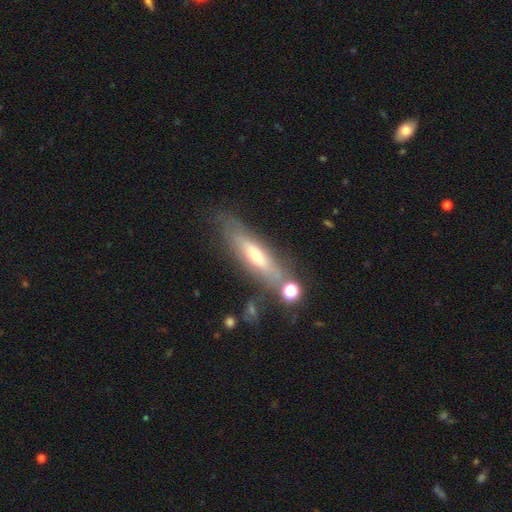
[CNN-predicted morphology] The model was most divided on "edge-on disk": yes: 61%, no: 39%. More confident: merging — none (70%); smooth or featured — featured or disk (62%).